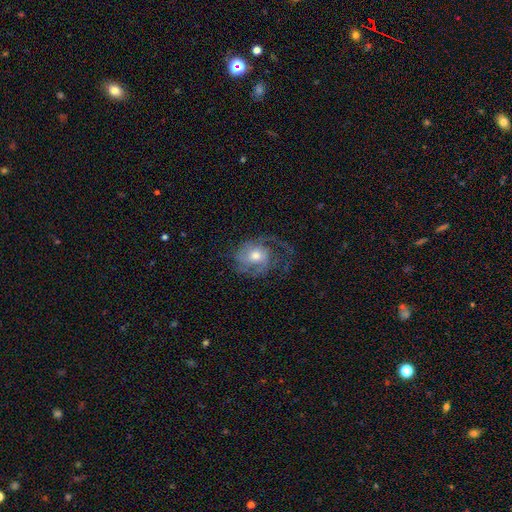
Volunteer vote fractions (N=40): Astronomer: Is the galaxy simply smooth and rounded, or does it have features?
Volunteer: featured or disk — 80%.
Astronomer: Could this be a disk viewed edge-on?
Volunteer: no — 100%.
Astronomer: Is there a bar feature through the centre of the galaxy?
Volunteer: no — 84%.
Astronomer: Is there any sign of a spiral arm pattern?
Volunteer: yes — 97%.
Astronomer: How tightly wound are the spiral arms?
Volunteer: loose — 39% (runner-up: tight, 32%).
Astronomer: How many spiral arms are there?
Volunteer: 1 — 45% (runner-up: can't tell, 29%).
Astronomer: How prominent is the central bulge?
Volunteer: moderate — 75%.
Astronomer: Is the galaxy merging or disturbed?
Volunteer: none — 61%.